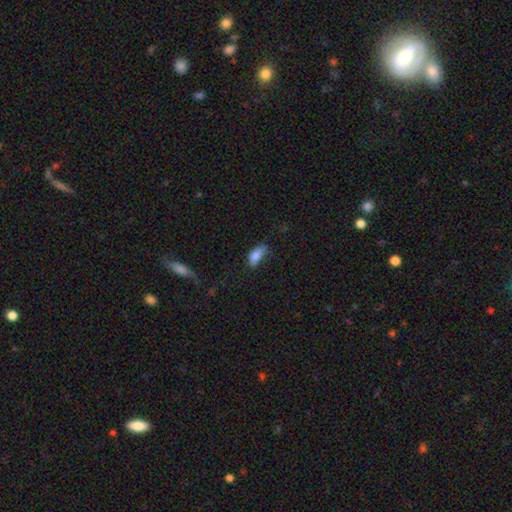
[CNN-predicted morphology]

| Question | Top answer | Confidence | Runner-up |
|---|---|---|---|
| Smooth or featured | smooth | 84% | star or artifact (8%) |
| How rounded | in between | 90% | cigar-shaped (7%) |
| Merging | none | 53% | minor disturbance (33%) |